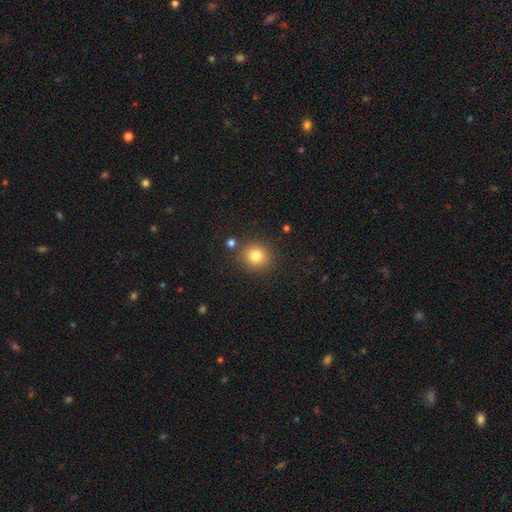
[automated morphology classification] A smooth galaxy with no disk features (81%) that is round (88%). Merging: none (84%).